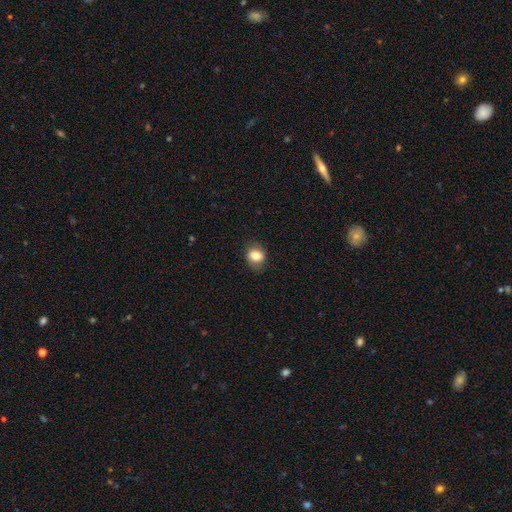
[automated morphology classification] The model was most divided on "how rounded": round: 55%, in between: 44%, cigar-shaped: 1%. More confident: smooth or featured — smooth (81%); merging — none (79%).